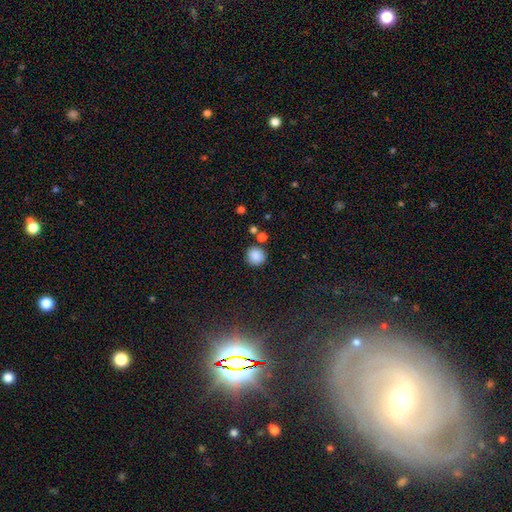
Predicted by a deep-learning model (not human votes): This appears to be a smooth galaxy with no disk features (86%) that is round (93%). Merging: none (84%).